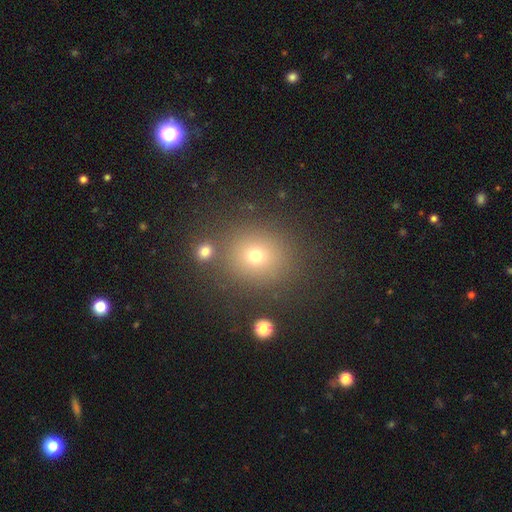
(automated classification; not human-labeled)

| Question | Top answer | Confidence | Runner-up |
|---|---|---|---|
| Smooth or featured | smooth | 70% | star or artifact (20%) |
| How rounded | round | 80% | in between (19%) |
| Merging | none | 81% | minor disturbance (9%) |